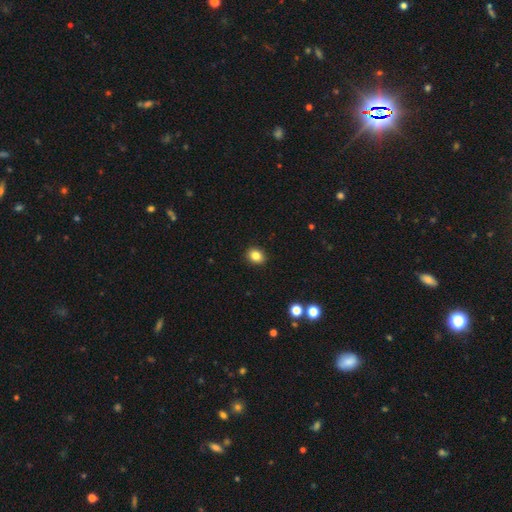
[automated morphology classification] smooth_or_featured: smooth (p=0.84) [alt: star or artifact p=0.11]
how_rounded: round (p=0.53) [alt: in between p=0.46]
merging: none (p=0.91) [alt: minor disturbance p=0.07]